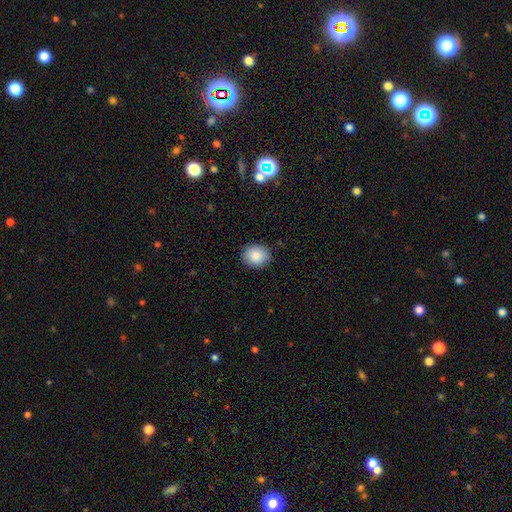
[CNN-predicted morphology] Smooth or featured?
  - smooth: 88% *
  - star or artifact: 8%
  - featured or disk: 4%
How rounded?
  - round: 62% *
  - in between: 37%
  - cigar-shaped: 1%
Merging?
  - none: 87% *
  - minor disturbance: 10%
  - major disturbance: 2%
  - merger: 1%